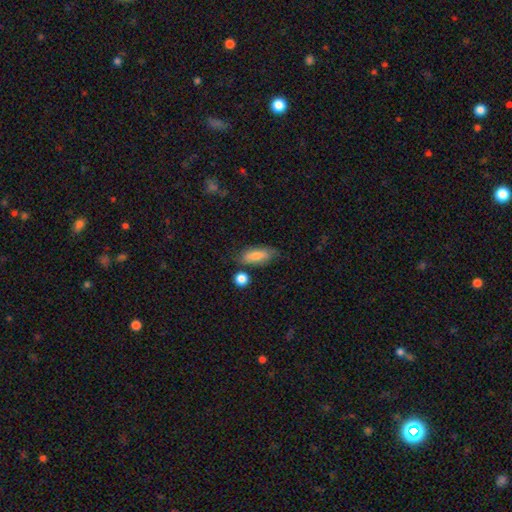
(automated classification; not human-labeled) smooth 79%, featured or disk 14%, star or artifact 7%. Down the decision tree: how rounded — in between (65%); merging — none (72%).